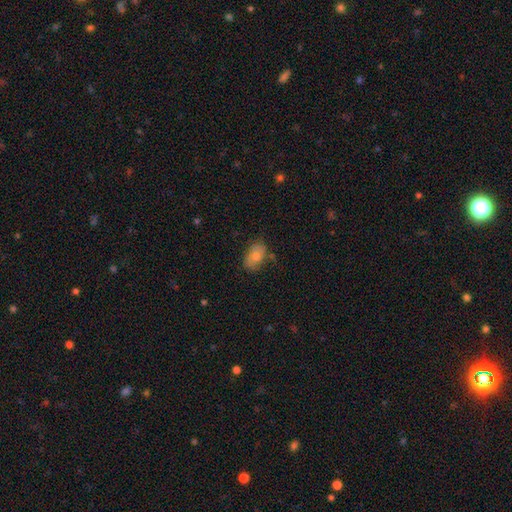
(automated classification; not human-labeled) smooth_or_featured: smooth (p=0.79) [alt: featured or disk p=0.13]
how_rounded: in between (p=0.89) [alt: round p=0.10]
merging: none (p=0.71) [alt: minor disturbance p=0.21]